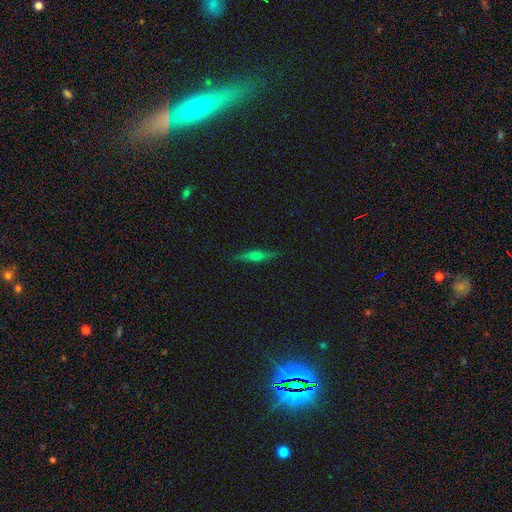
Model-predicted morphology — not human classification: Q: Smooth or featured?
A: featured or disk (55%); runner-up: smooth (36%)
Q: Edge-on disk?
A: yes (96%); runner-up: no (4%)
Q: Edge-on bulge?
A: rounded (75%); runner-up: boxy (17%)
Q: Merging?
A: none (87%); runner-up: minor disturbance (10%)